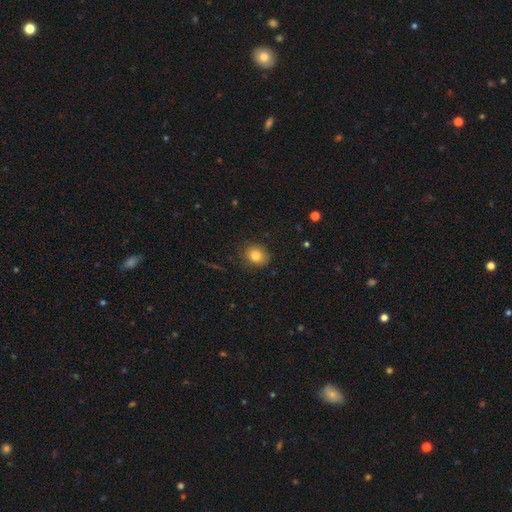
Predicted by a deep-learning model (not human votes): smooth 81%, star or artifact 11%, featured or disk 8%. Down the decision tree: how rounded — round (64%); merging — none (86%).